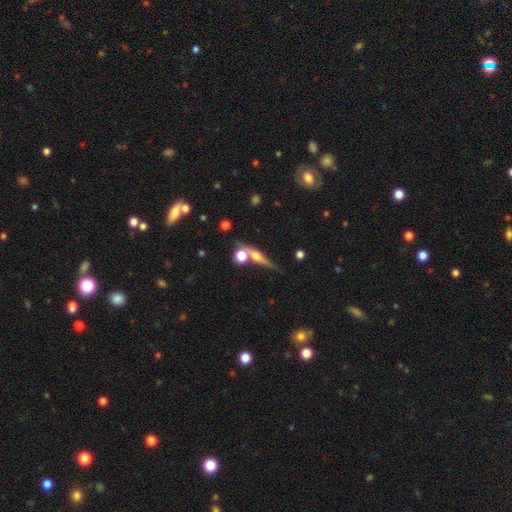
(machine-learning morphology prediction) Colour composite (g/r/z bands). It shows a featured or disk galaxy (52%) viewed edge-on (86%). Merging: none (54%).